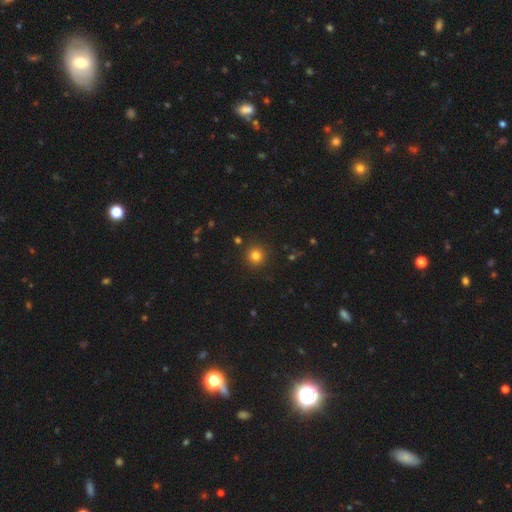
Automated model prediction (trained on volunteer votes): This appears to be a smooth galaxy with no disk features (81%) that is round (95%). Merging: none (90%).